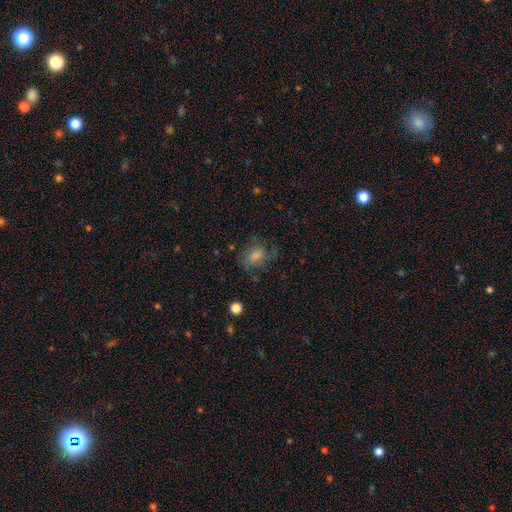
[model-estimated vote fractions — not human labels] Overall: smooth (74%). How rounded: in between (66%; round 32%). Merging: none (60%; minor disturbance 23%).